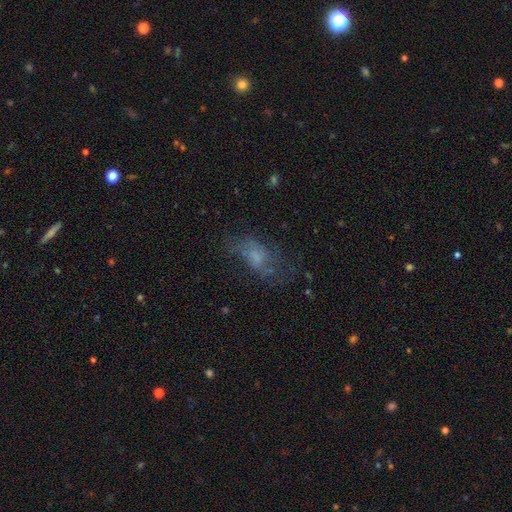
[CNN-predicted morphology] This is marginally a featured or disk galaxy (45%). Merging: marginally none (45%).